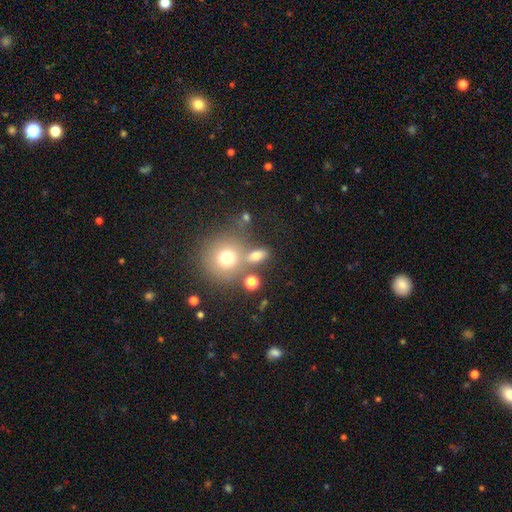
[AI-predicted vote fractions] Overall: smooth (74%). How rounded: in between (58%; round 38%). Merging: none (57%; merger 24%).